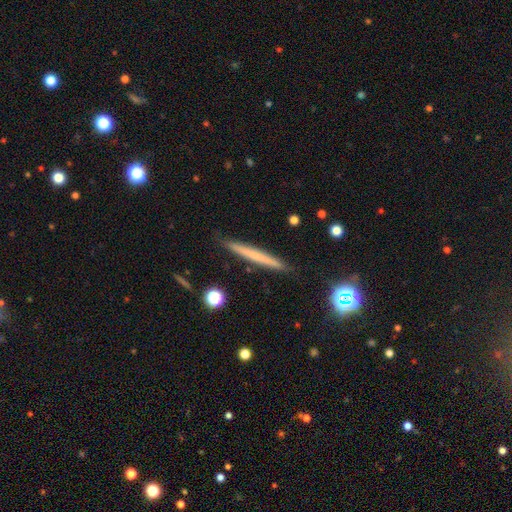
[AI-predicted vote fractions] smooth 55%, featured or disk 37%, star or artifact 7%. Down the decision tree: how rounded — cigar-shaped (96%); merging — none (91%).